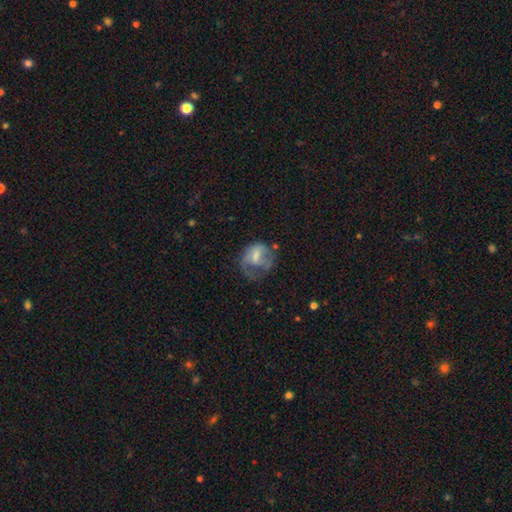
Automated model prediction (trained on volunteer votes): This appears to be a smooth galaxy with no disk features (50%) that is round (58%). Merging: major disturbance (41%).